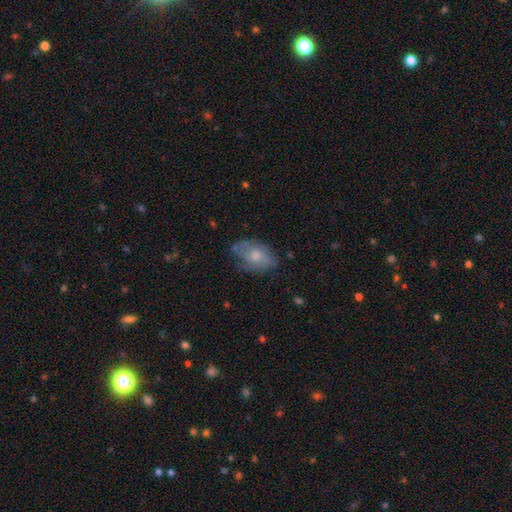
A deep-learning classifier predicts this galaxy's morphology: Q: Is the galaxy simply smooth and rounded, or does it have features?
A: featured or disk — 47%.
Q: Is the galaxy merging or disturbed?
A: none — 59%.